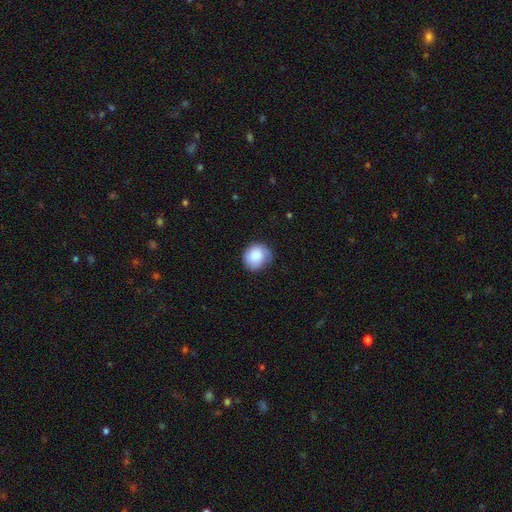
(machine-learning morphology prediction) smooth_or_featured: smooth (p=0.83) [alt: featured or disk p=0.10]
how_rounded: round (p=0.81) [alt: in between p=0.18]
merging: none (p=0.61) [alt: minor disturbance p=0.30]